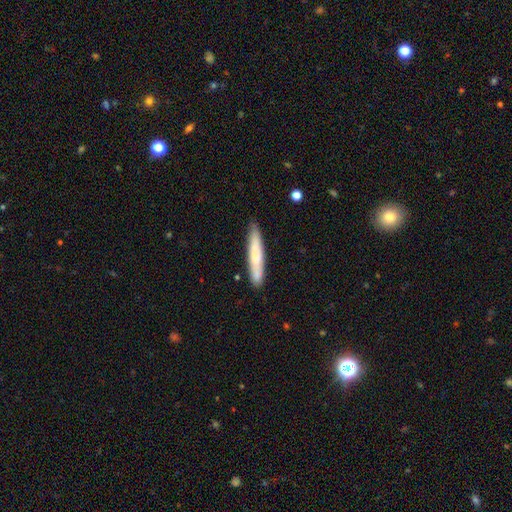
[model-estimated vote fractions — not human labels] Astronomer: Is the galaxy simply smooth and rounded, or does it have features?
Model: smooth — 69%.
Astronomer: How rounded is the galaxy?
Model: cigar-shaped — 94%.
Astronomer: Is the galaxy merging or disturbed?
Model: none — 85%.